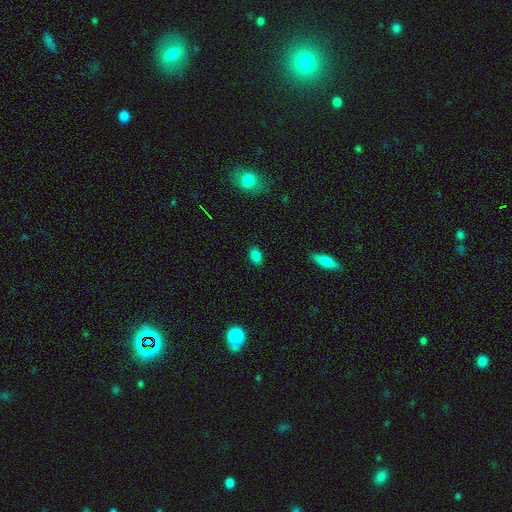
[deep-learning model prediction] A smooth galaxy with no disk features (84%) that is in between round and cigar-shaped (88%). Merging: none (86%).